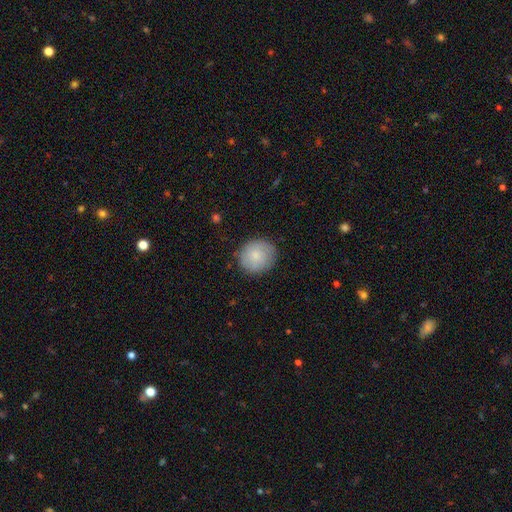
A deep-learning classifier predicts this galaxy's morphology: smooth 80%, featured or disk 14%, star or artifact 6%. Down the decision tree: how rounded — round (90%); merging — none (85%).